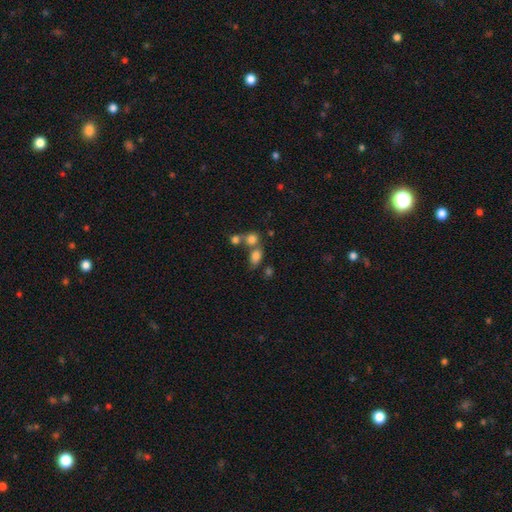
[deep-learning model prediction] Q: Smooth or featured?
A: smooth (76%); runner-up: star or artifact (13%)
Q: How rounded?
A: in between (76%); runner-up: round (22%)
Q: Merging?
A: merger (41%); runner-up: none (40%)